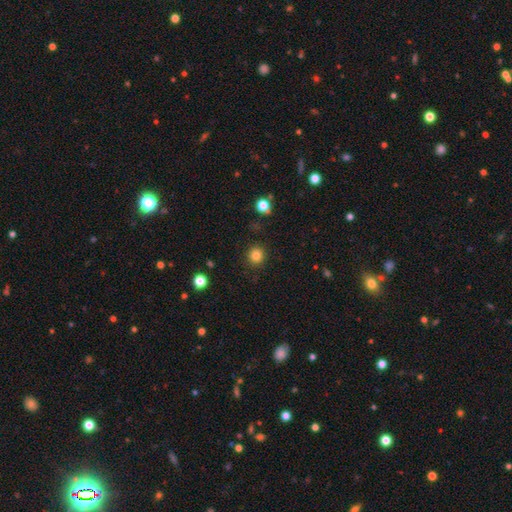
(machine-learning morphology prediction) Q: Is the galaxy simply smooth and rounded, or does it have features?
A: smooth — 83%.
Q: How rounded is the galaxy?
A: round — 93%.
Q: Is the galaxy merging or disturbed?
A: none — 91%.